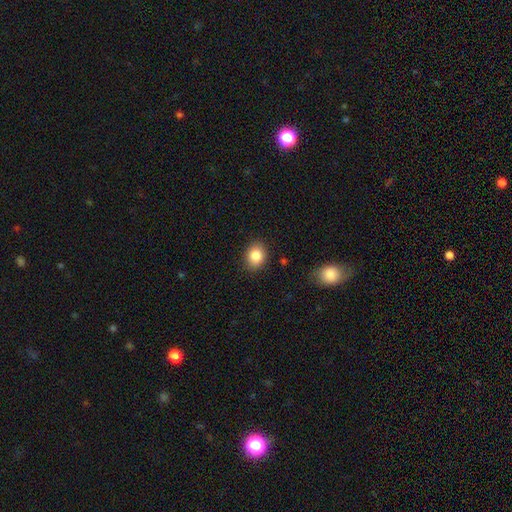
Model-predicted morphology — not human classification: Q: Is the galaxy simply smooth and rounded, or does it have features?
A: smooth — 85%.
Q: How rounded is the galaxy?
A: round — 54%.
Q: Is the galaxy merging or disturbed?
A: none — 86%.